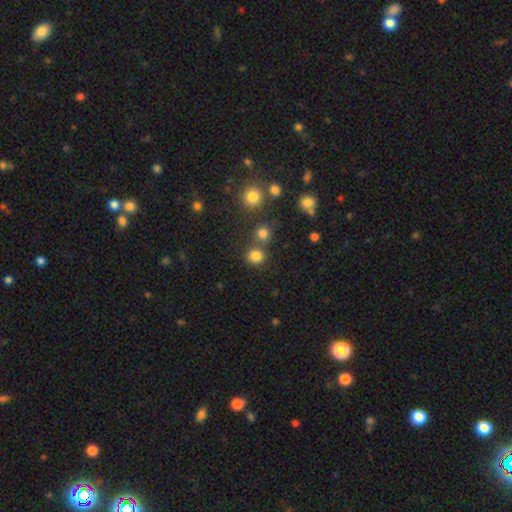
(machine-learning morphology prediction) Smooth or featured?
  - smooth: 80% *
  - star or artifact: 15%
  - featured or disk: 5%
How rounded?
  - round: 86% *
  - in between: 13%
  - cigar-shaped: 1%
Merging?
  - none: 70% *
  - merger: 18%
  - minor disturbance: 8%
  - major disturbance: 3%